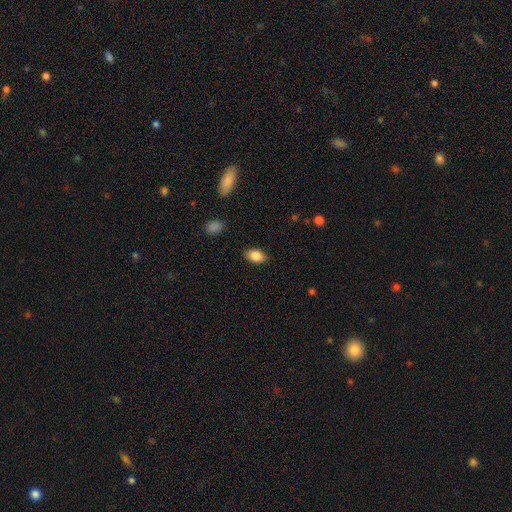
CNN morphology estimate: type=smooth (85%); roundness=in between (89%); merging=none (87%).